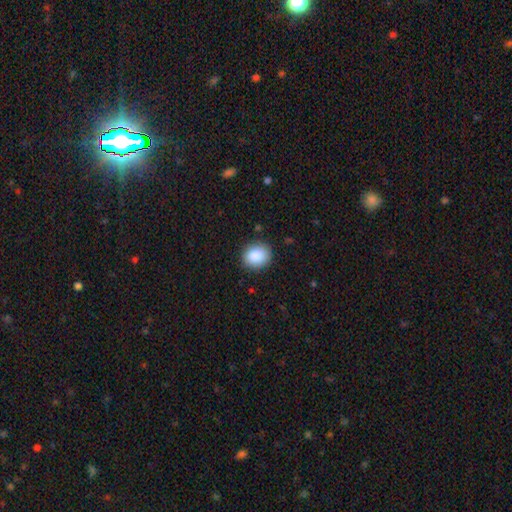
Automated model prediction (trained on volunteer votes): smooth-or-featured: smooth: 88% | star or artifact: 8% | featured or disk: 5%
  how-rounded: round: 65% | in between: 34% | cigar-shaped: 1%
  merging: none: 87% | minor disturbance: 9% | major disturbance: 2% | merger: 1%